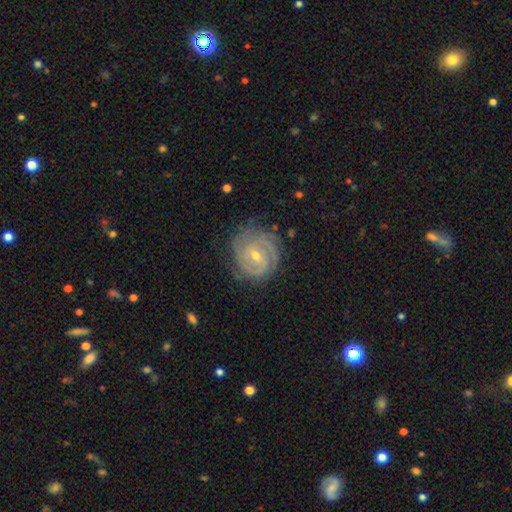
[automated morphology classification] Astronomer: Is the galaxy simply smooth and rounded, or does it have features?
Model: featured or disk — 88%.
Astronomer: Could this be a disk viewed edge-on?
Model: no — 98%.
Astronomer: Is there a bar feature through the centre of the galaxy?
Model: no — 50% (runner-up: weak, 39%).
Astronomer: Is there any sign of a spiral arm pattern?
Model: yes — 98%.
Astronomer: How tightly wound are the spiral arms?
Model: tight — 77%.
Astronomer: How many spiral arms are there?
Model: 2 — 37% (runner-up: 3, 30%).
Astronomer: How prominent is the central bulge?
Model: small — 57% (runner-up: moderate, 40%).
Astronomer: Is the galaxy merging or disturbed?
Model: none — 78%.